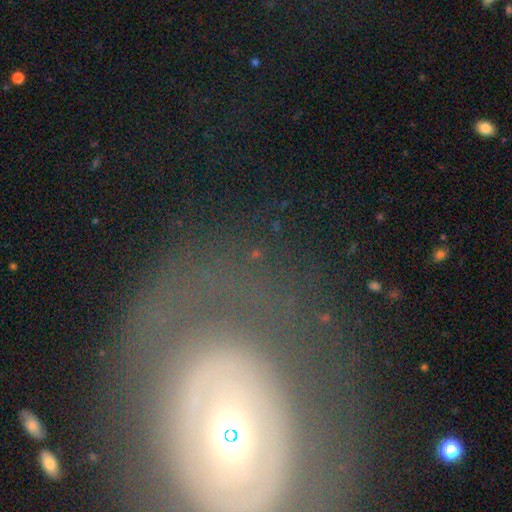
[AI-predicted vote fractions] Smooth or featured?
  - featured or disk: 57% *
  - smooth: 22%
  - star or artifact: 21%
Edge-on disk?
  - no: 91% *
  - yes: 9%
Bar?
  - no: 56% *
  - weak: 26%
  - strong: 18%
Spiral arms?
  - yes: 66% *
  - no: 34%
Bulge size?
  - moderate: 44% *
  - small: 37%
  - large: 9%
  - none: 6%
  - dominant: 4%
Merging?
  - none: 64% *
  - minor disturbance: 15%
  - major disturbance: 14%
  - merger: 6%